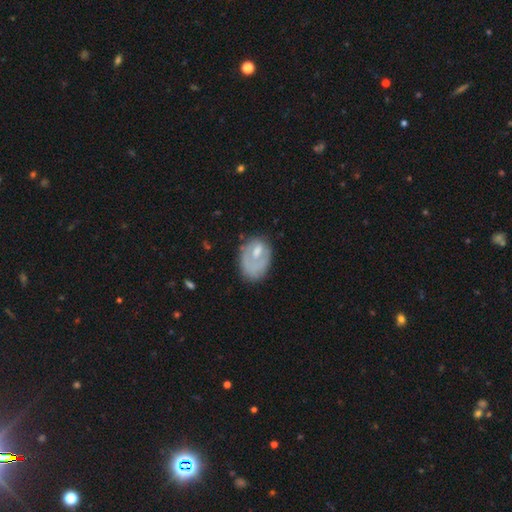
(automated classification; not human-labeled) Smooth or featured?
  - smooth: 47% *
  - featured or disk: 46%
  - star or artifact: 8%
Merging?
  - none: 47% *
  - minor disturbance: 26%
  - major disturbance: 24%
  - merger: 3%